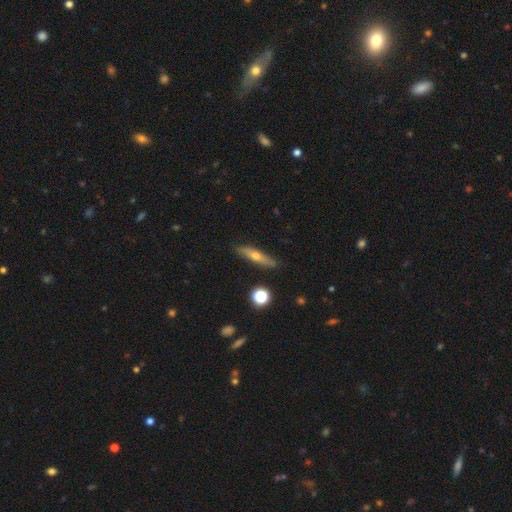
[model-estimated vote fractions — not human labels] featured or disk 46% (tied), smooth 46% (tied), star or artifact 8%. Down the decision tree: merging — none (87%).